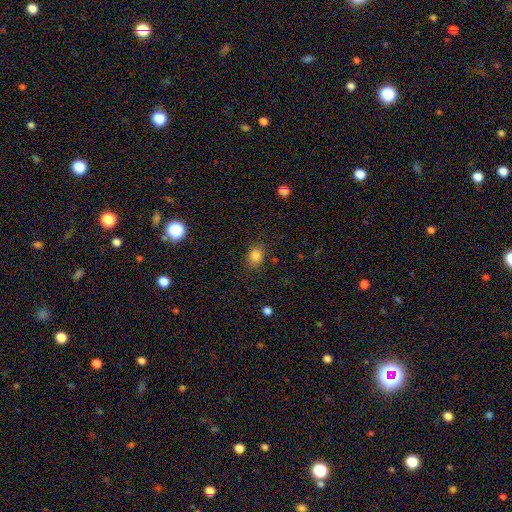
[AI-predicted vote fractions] This is clearly a smooth galaxy (83%). How rounded: possibly round (54%). Merging: clearly none (81%).